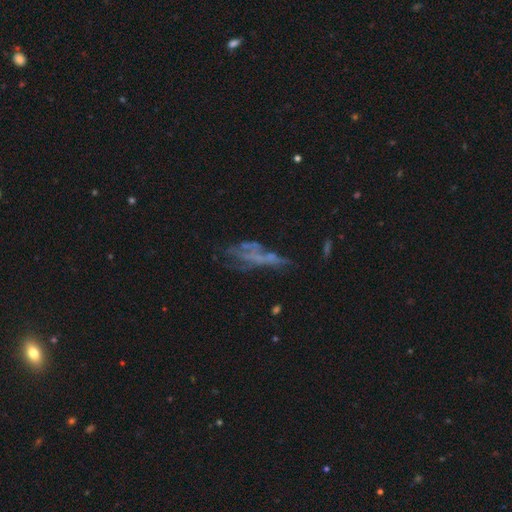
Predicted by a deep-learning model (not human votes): Smooth or featured? featured or disk (52%)
Edge-on disk? no (79%)
Merging? none (35%)